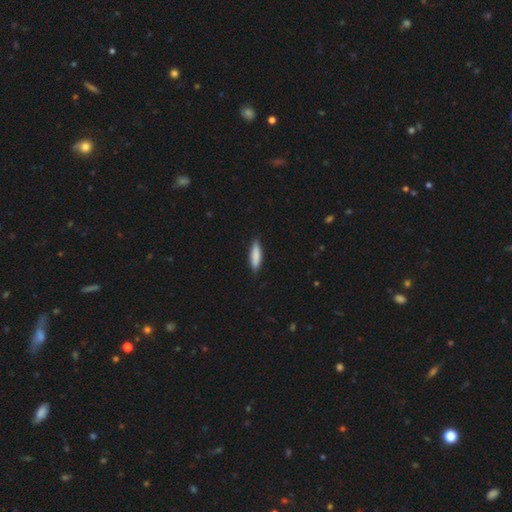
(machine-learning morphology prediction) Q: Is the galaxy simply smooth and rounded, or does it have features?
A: smooth — 85%.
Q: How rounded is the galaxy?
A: cigar-shaped — 70%.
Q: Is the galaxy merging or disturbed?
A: none — 86%.